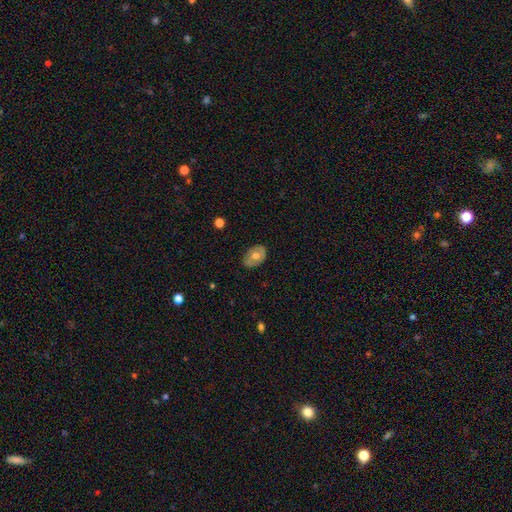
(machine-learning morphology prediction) Smooth or featured? Predicted: smooth (p=0.53). How rounded? Predicted: in between (p=0.82). Merging? Predicted: none (p=0.79).